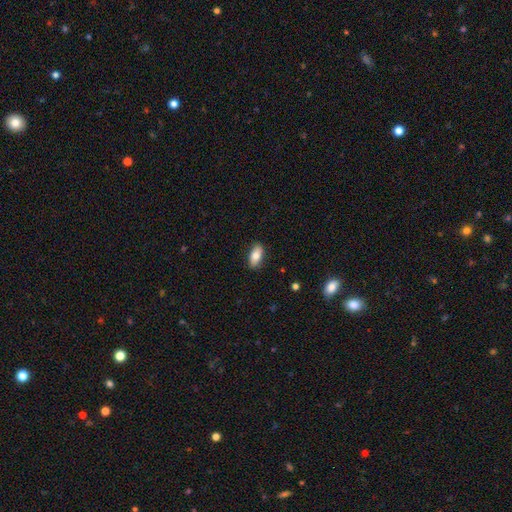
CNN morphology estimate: smooth 79%, featured or disk 14%, star or artifact 6%. Down the decision tree: how rounded — in between (88%); merging — none (88%).